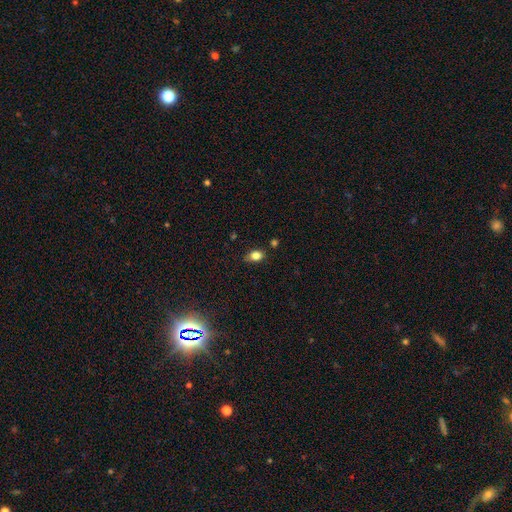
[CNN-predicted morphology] Smooth or featured? smooth (82%)
How rounded? in between (78%)
Merging? none (74%)